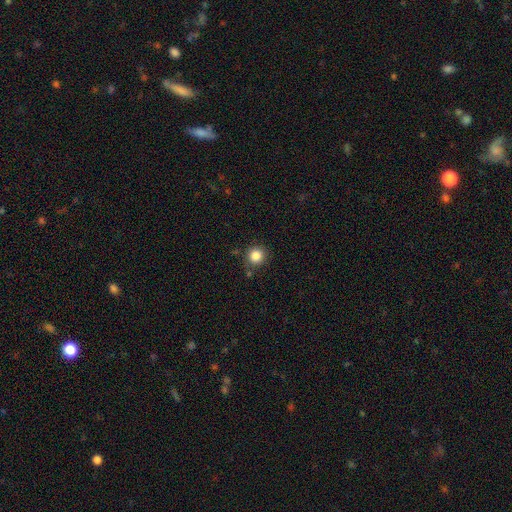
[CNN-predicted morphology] Smooth or featured: smooth — 85% (star or artifact — 11%)
How rounded: round — 93% (in between — 6%)
Merging: none — 82% (minor disturbance — 11%)